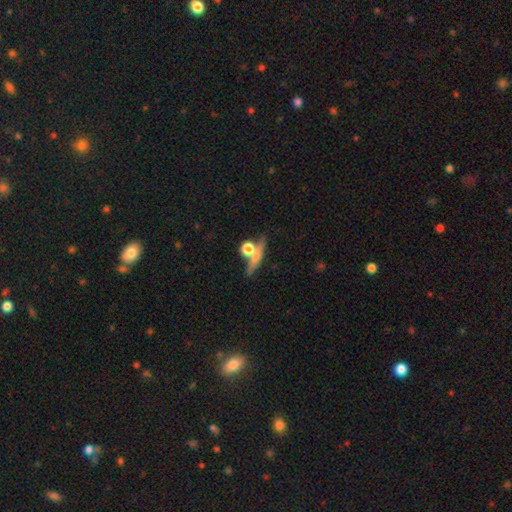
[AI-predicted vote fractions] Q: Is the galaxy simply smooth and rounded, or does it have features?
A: smooth — 50%.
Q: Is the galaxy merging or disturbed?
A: none — 58%.